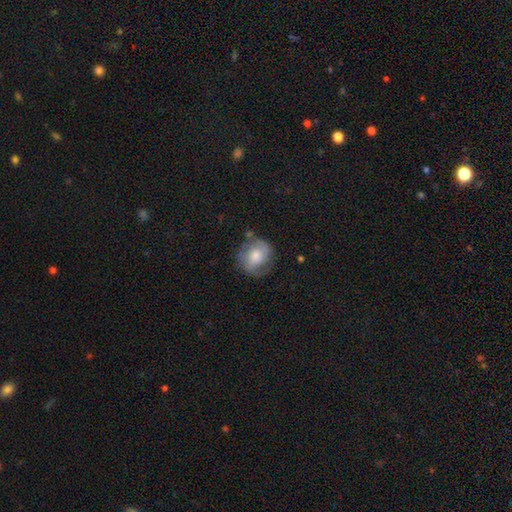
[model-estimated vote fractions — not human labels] Smooth or featured? smooth (53%)
How rounded? round (77%)
Merging? none (62%)